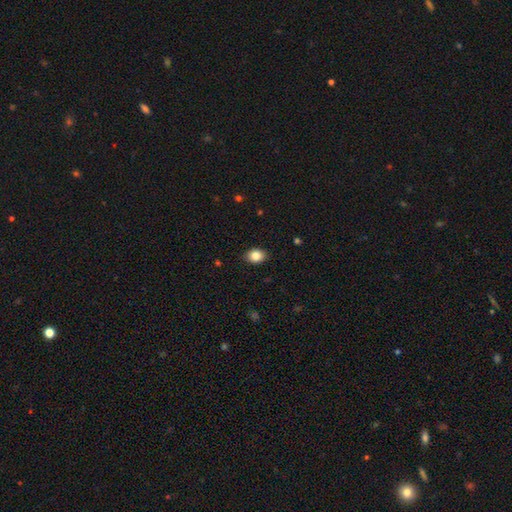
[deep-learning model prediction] Smooth or featured: smooth — 85% (star or artifact — 9%)
How rounded: in between — 62% (round — 37%)
Merging: none — 89% (minor disturbance — 8%)